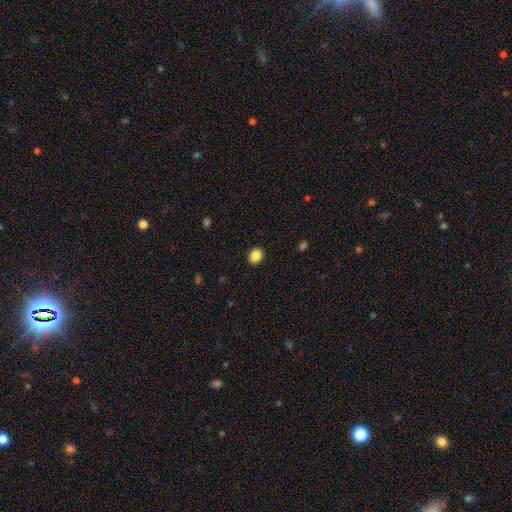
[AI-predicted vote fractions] This is clearly a smooth galaxy (86%). How rounded: possibly round (60%). Merging: clearly none (91%).